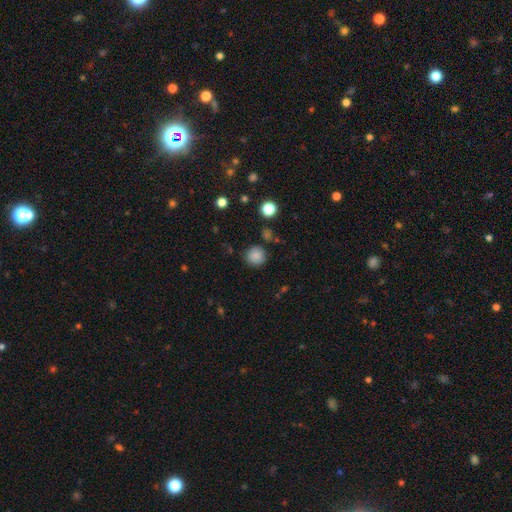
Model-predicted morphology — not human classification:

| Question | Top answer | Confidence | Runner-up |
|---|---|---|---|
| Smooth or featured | smooth | 83% | star or artifact (11%) |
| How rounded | round | 93% | in between (6%) |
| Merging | none | 84% | minor disturbance (10%) |